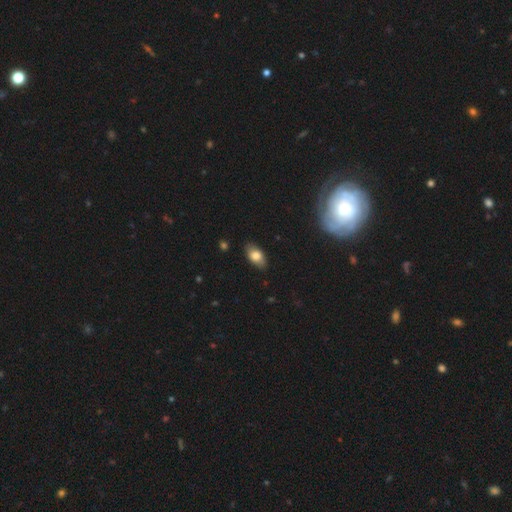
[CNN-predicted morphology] The model was most divided on "smooth or featured": smooth: 78%, featured or disk: 15%, star or artifact: 7%. More confident: how rounded — in between (92%); merging — none (86%).